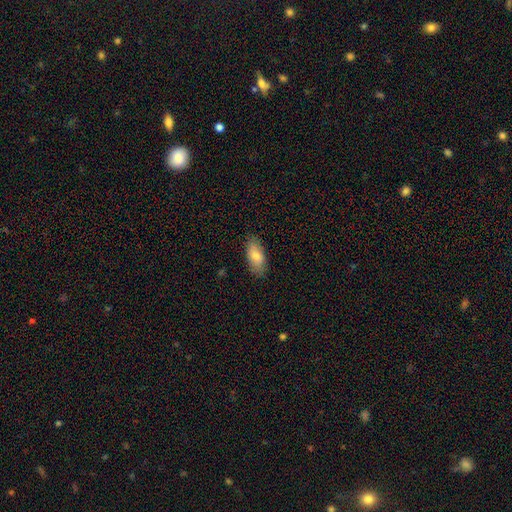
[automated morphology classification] Smooth or featured? smooth (77%)
How rounded? in between (84%)
Merging? none (86%)